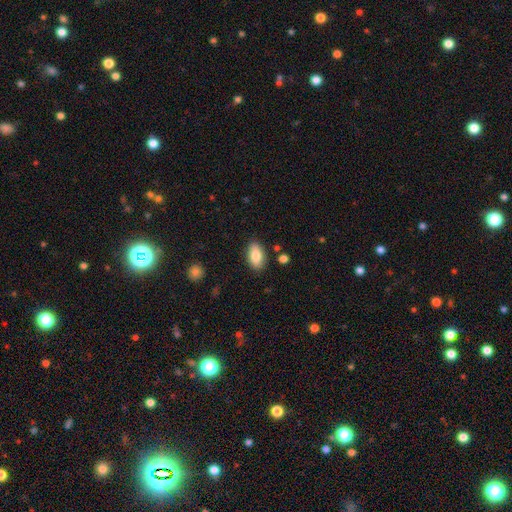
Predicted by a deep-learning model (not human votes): A smooth galaxy with no disk features (82%) that is in between round and cigar-shaped (92%).

Vote fractions:
- Smooth or featured? smooth: 82% / featured or disk: 11% / star or artifact: 7%
- How rounded? in between: 92% / round: 4% / cigar-shaped: 4%
- Merging? none: 85% / minor disturbance: 10% / major disturbance: 2% / merger: 2%